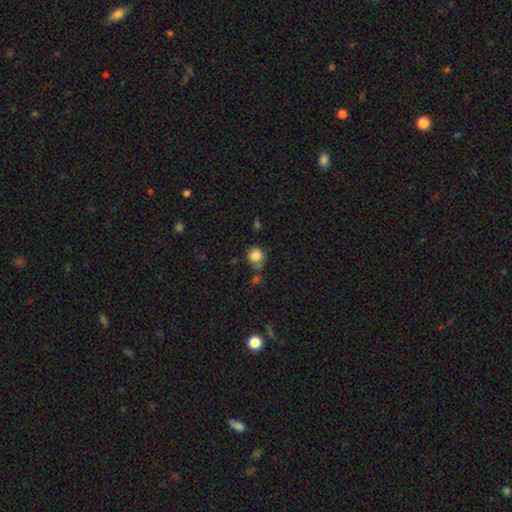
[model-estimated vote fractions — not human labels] Smooth or featured? Predicted: smooth (p=0.84). How rounded? Predicted: round (p=0.83). Merging? Predicted: none (p=0.56).